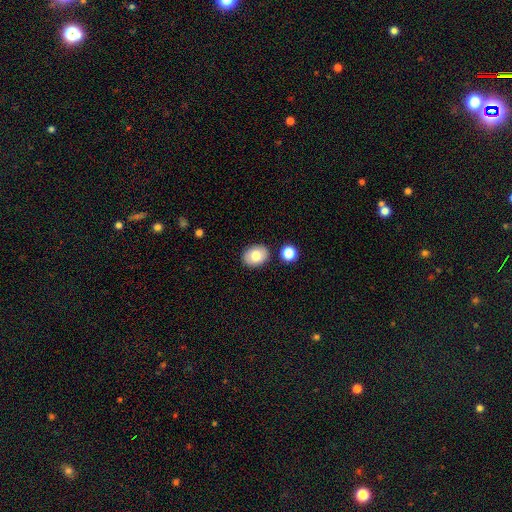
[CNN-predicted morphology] Overall: smooth (79%). How rounded: in between (61%; round 38%). Merging: none (85%).